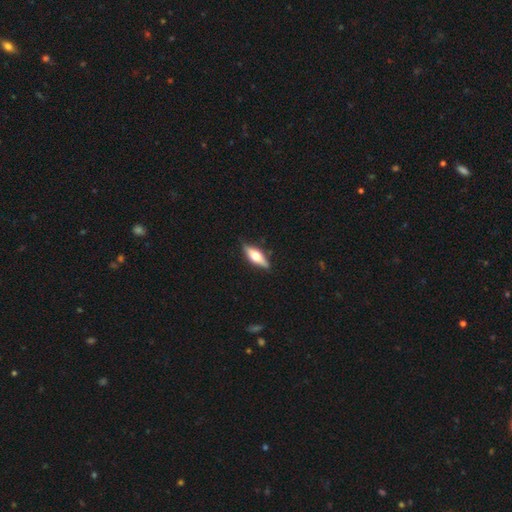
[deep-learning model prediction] Q: Smooth or featured?
A: featured or disk (51%); runner-up: smooth (43%)
Q: Edge-on disk?
A: yes (91%); runner-up: no (9%)
Q: Merging?
A: none (85%); runner-up: minor disturbance (11%)